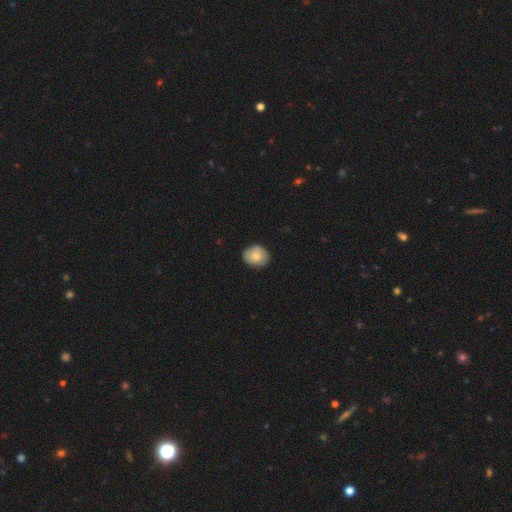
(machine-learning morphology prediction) Smooth or featured? smooth (81%)
How rounded? round (65%)
Merging? none (86%)